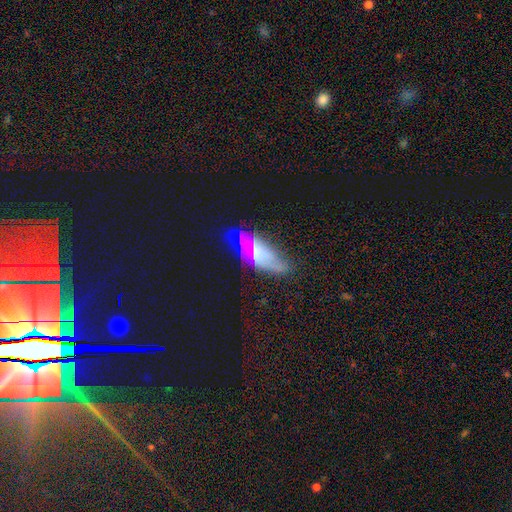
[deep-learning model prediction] The model was most divided on "smooth or featured": star or artifact: 44%, smooth: 31%, featured or disk: 26%.